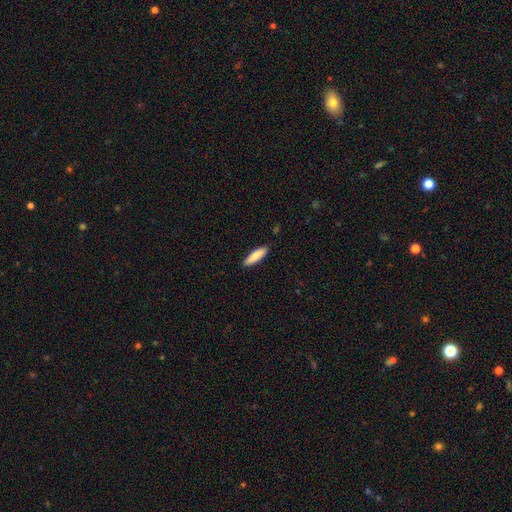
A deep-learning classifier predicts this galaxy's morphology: Q: Smooth or featured?
A: smooth (83%); runner-up: featured or disk (11%)
Q: How rounded?
A: cigar-shaped (65%); runner-up: in between (34%)
Q: Merging?
A: none (89%); runner-up: minor disturbance (8%)